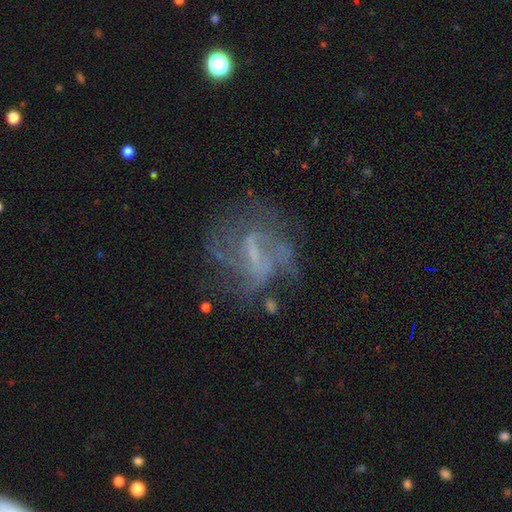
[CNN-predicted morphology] The model was most divided on "spiral winding": medium: 41%, loose: 34%, tight: 25%. Remaining: edge-on disk — no (97%); spiral arms — yes (78%); smooth or featured — featured or disk (76%); merging — none (54%); bulge size — none (48%); bar — weak (45%); spiral arm count — can't tell (37%).